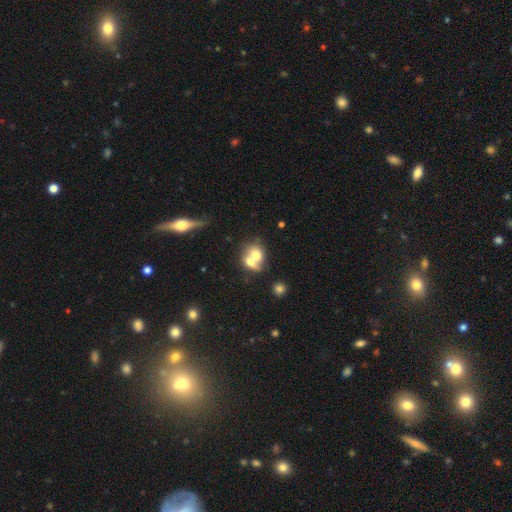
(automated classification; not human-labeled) The model was most divided on "how rounded": round: 52%, in between: 46%, cigar-shaped: 2%. More confident: merging — merger (71%); smooth or featured — smooth (64%).